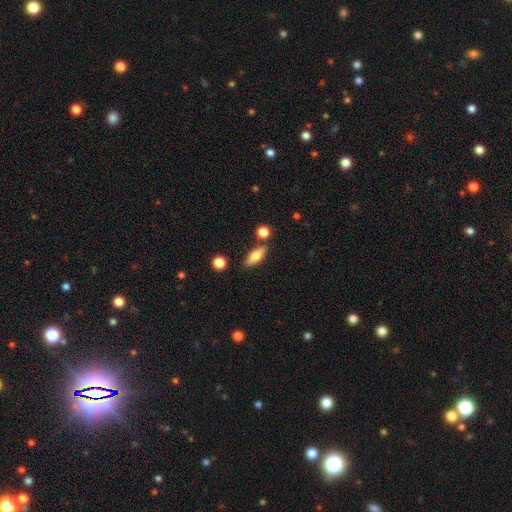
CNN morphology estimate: smooth-or-featured: smooth: 73% | featured or disk: 20% | star or artifact: 7%
  how-rounded: in between: 65% | cigar-shaped: 31% | round: 4%
  merging: none: 77% | minor disturbance: 12% | merger: 8% | major disturbance: 3%